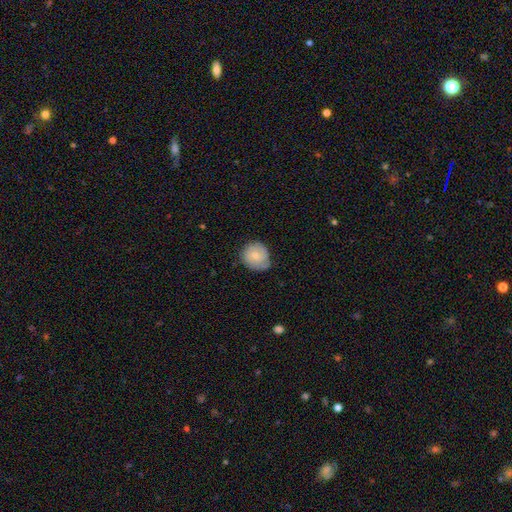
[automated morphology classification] smooth_or_featured: smooth (p=0.68) [alt: featured or disk p=0.25]
how_rounded: round (p=0.84) [alt: in between p=0.15]
merging: none (p=0.59) [alt: minor disturbance p=0.33]